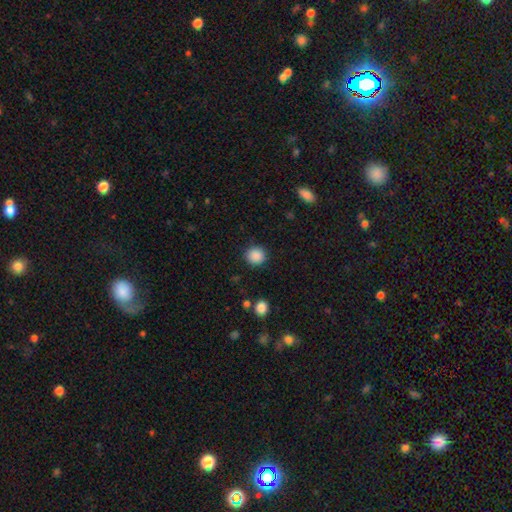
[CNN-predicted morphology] A smooth galaxy with no disk features (88%) that is round (91%).

Vote fractions:
- Smooth or featured? smooth: 88% / star or artifact: 9% / featured or disk: 3%
- How rounded? round: 91% / in between: 8% / cigar-shaped: 1%
- Merging? none: 89% / minor disturbance: 7% / major disturbance: 3% / merger: 1%